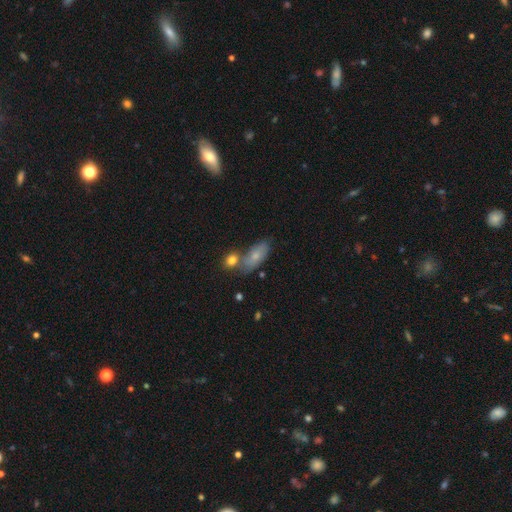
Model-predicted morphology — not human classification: Smooth or featured?
  - smooth: 73% *
  - featured or disk: 19%
  - star or artifact: 8%
How rounded?
  - in between: 81% *
  - cigar-shaped: 12%
  - round: 6%
Merging?
  - none: 47% *
  - merger: 30%
  - minor disturbance: 17%
  - major disturbance: 6%